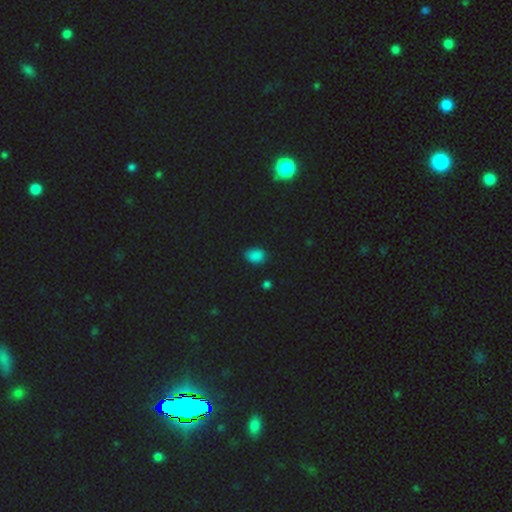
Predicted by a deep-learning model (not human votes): Smooth or featured?
  - smooth: 78% *
  - star or artifact: 18%
  - featured or disk: 4%
How rounded?
  - in between: 73% *
  - round: 26%
  - cigar-shaped: 1%
Merging?
  - none: 80% *
  - minor disturbance: 16%
  - major disturbance: 3%
  - merger: 2%